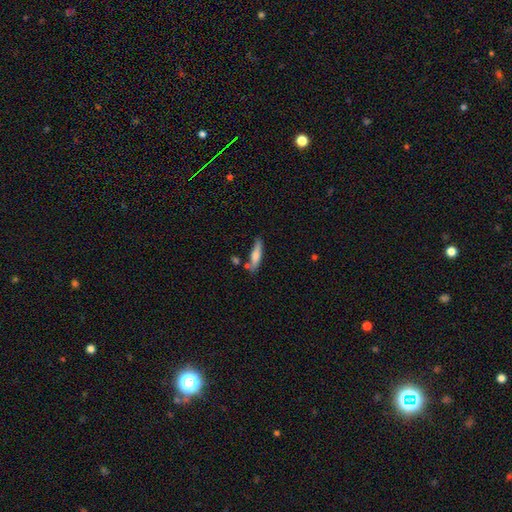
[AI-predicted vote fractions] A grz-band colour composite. It shows a smooth galaxy with no disk features (71%) that is cigar-shaped (74%). Merging: none (70%).